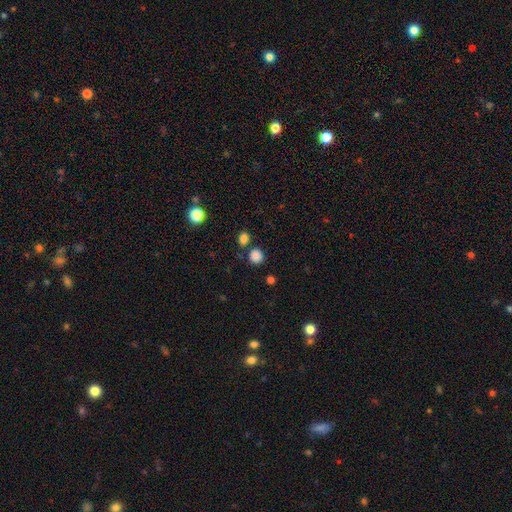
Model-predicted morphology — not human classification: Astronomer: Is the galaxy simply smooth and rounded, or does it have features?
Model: smooth — 84%.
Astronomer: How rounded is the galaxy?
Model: round — 88%.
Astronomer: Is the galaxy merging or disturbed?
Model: none — 79%.